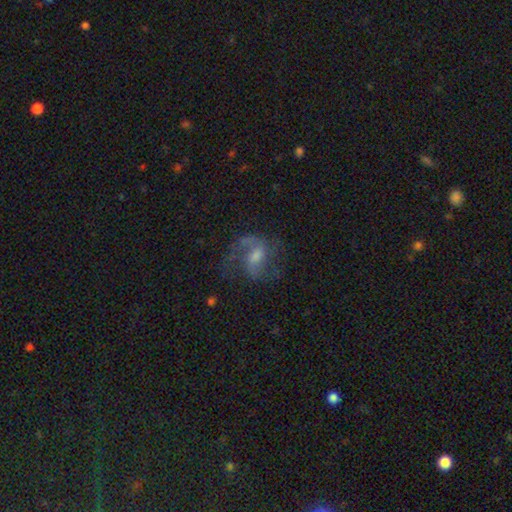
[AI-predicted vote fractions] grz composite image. It shows a featured or disk galaxy (78%) with a weak bar (50%), 2 (74%) medium (49%) spiral arms (93%) and a moderate central bulge (47%). Merging: none (60%).